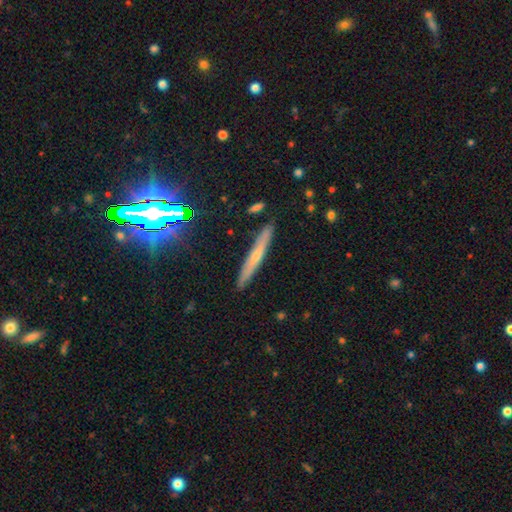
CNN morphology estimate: Overall: featured or disk (45%; smooth 42%). Merging: none (88%).